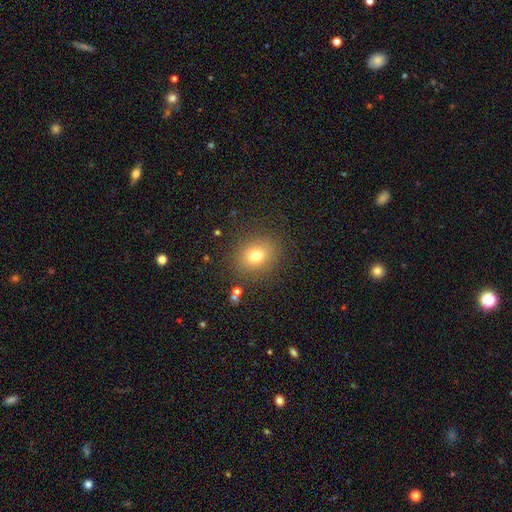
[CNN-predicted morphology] Smooth or featured: smooth — 75% (star or artifact — 14%)
How rounded: round — 64% (in between — 35%)
Merging: none — 85% (minor disturbance — 9%)